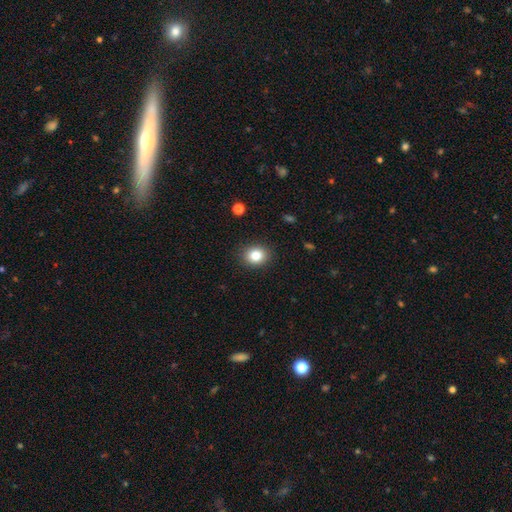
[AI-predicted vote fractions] smooth-or-featured: smooth: 82% | star or artifact: 11% | featured or disk: 7%
  how-rounded: round: 66% | in between: 33% | cigar-shaped: 1%
  merging: none: 90% | minor disturbance: 7% | major disturbance: 2% | merger: 1%